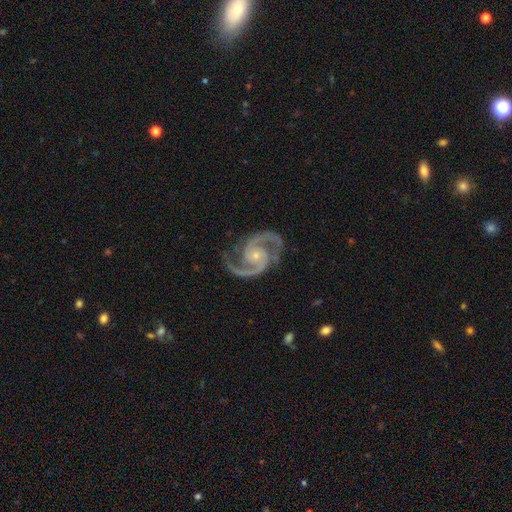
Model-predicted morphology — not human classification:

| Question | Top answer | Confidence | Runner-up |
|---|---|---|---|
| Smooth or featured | featured or disk | 94% | star or artifact (4%) |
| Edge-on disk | no | 98% | yes (2%) |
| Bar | no | 65% | weak (26%) |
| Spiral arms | yes | 99% | no (1%) |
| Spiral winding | medium | 61% | tight (30%) |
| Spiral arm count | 2 | 93% | 3 (2%) |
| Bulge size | small | 71% | moderate (24%) |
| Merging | none | 82% | minor disturbance (13%) |